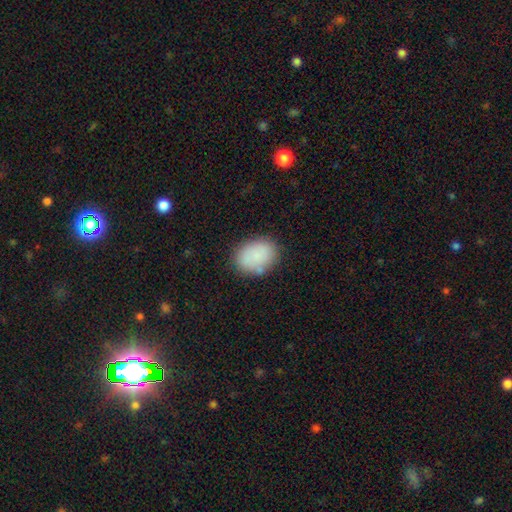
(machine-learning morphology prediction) Overall: smooth (84%). How rounded: in between (71%). Merging: none (76%).